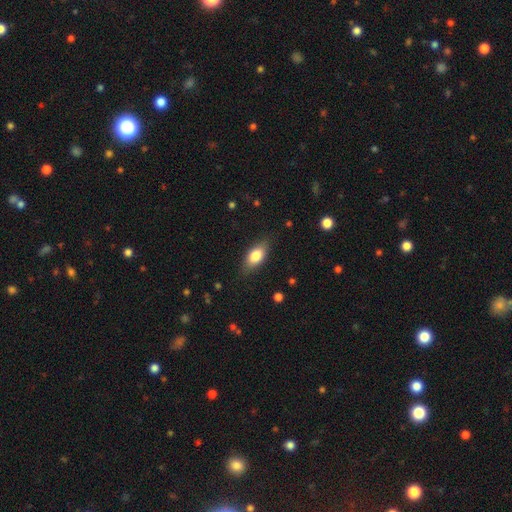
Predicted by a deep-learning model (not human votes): Morphology: type=smooth (79%); roundness=in between (86%); merging=none (81%).